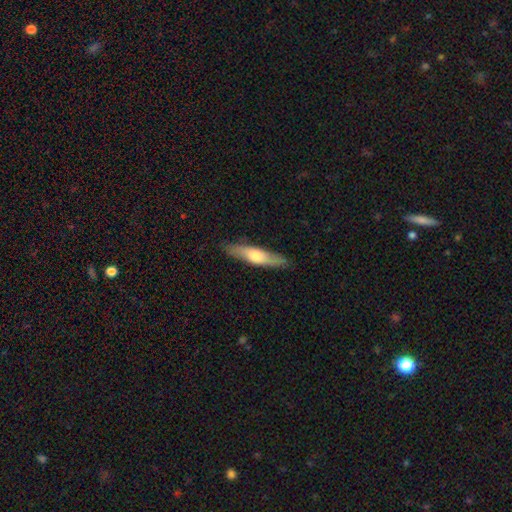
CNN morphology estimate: Smooth or featured? Predicted: smooth (p=0.55). How rounded? Predicted: cigar-shaped (p=0.78). Merging? Predicted: none (p=0.86).